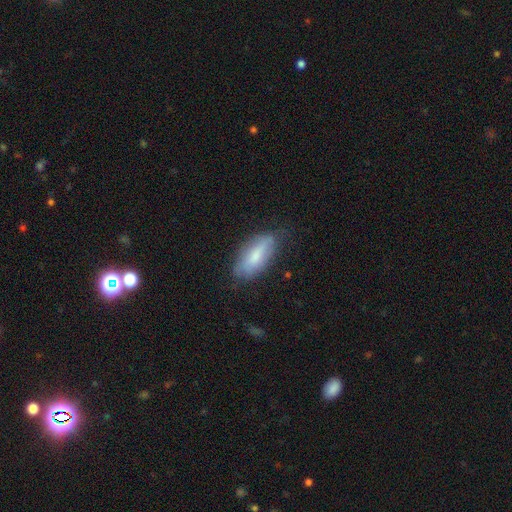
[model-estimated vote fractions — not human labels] Smooth or featured?
  - smooth: 69% *
  - featured or disk: 24%
  - star or artifact: 7%
How rounded?
  - in between: 77% *
  - cigar-shaped: 21%
  - round: 2%
Merging?
  - none: 67% *
  - minor disturbance: 26%
  - major disturbance: 6%
  - merger: 2%